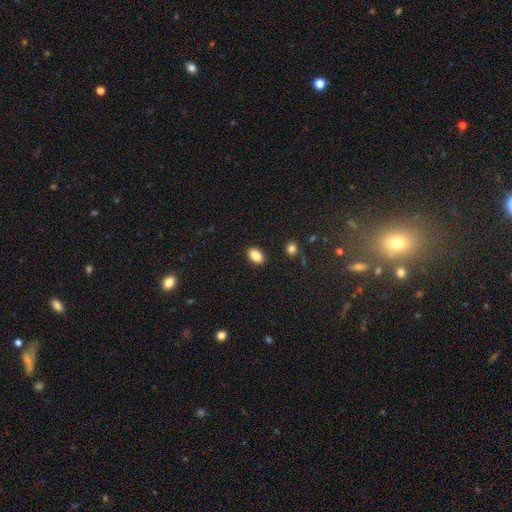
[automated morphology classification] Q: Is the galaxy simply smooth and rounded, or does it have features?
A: smooth — 87%.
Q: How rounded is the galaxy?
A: in between — 90%.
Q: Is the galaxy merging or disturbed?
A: none — 89%.